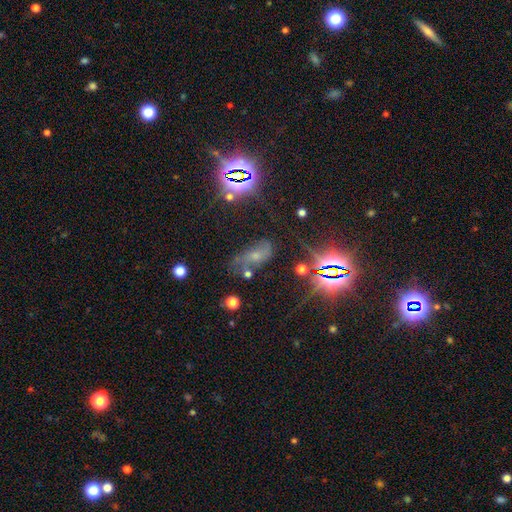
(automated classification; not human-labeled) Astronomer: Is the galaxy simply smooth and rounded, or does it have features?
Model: star or artifact — 39% (runner-up: featured or disk, 35%).